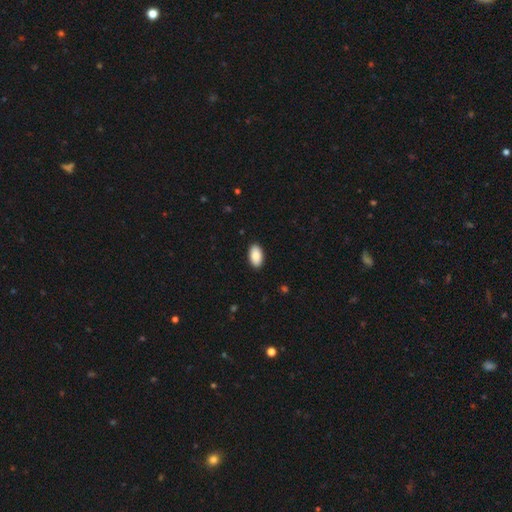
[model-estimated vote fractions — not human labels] The model was most divided on "smooth or featured": smooth: 90%, star or artifact: 6%, featured or disk: 4%. More confident: how rounded — in between (95%); merging — none (91%).